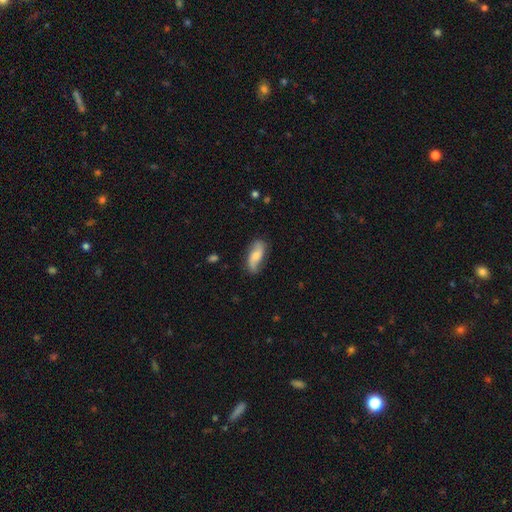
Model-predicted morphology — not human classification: featured or disk 51%, smooth 42%, star or artifact 6%. Down the decision tree: edge-on disk — no (90%); merging — none (72%).